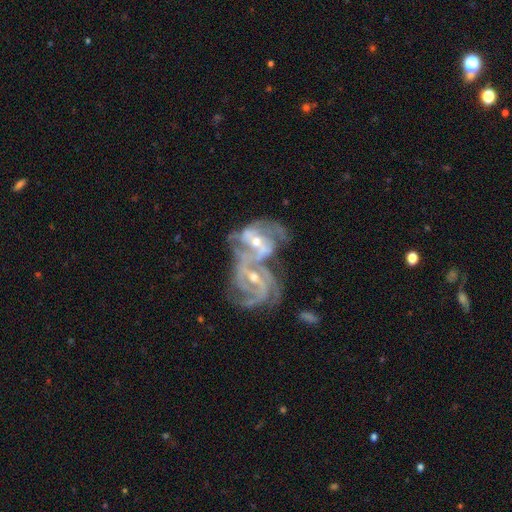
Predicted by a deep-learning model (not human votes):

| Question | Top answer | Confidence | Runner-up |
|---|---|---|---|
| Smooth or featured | featured or disk | 81% | star or artifact (10%) |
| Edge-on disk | no | 97% | yes (3%) |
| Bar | no | 49% | weak (36%) |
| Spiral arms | yes | 92% | no (8%) |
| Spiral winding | tight | 46% | medium (39%) |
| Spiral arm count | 2 | 27% | tied: can't tell (27%) |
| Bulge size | small | 55% | moderate (39%) |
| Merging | merger | 70% | none (16%) |